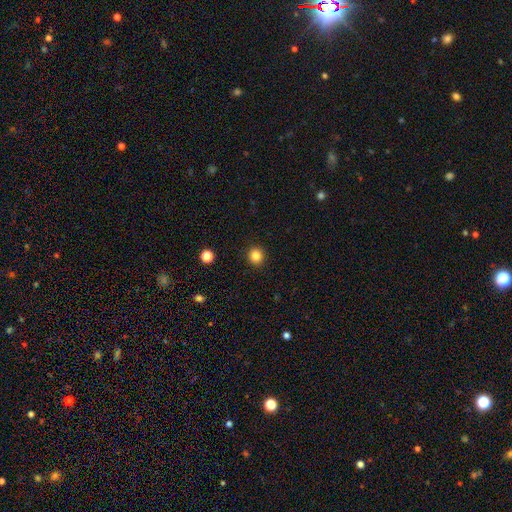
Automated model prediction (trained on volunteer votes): Smooth or featured?
  - smooth: 85% *
  - star or artifact: 11%
  - featured or disk: 4%
How rounded?
  - round: 93% *
  - in between: 6%
  - cigar-shaped: 1%
Merging?
  - none: 93% *
  - minor disturbance: 5%
  - major disturbance: 2%
  - merger: 1%